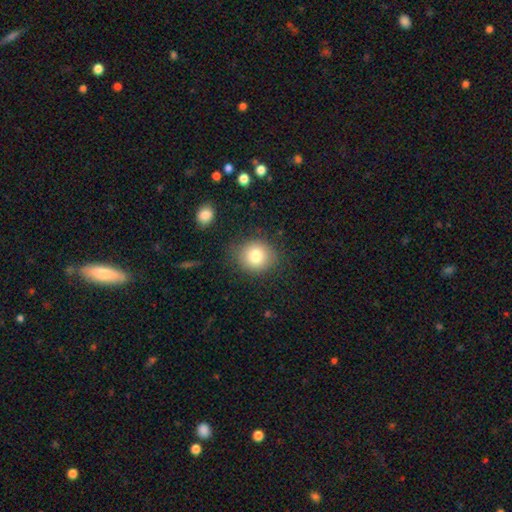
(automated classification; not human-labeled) A smooth galaxy with no disk features (80%) that is round (83%). Merging: none (82%).